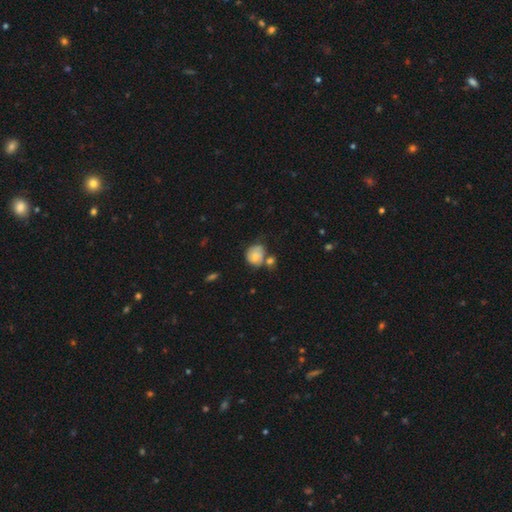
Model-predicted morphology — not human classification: This is likely a smooth galaxy (69%). How rounded: likely round (71%). Merging: marginally none (45%).